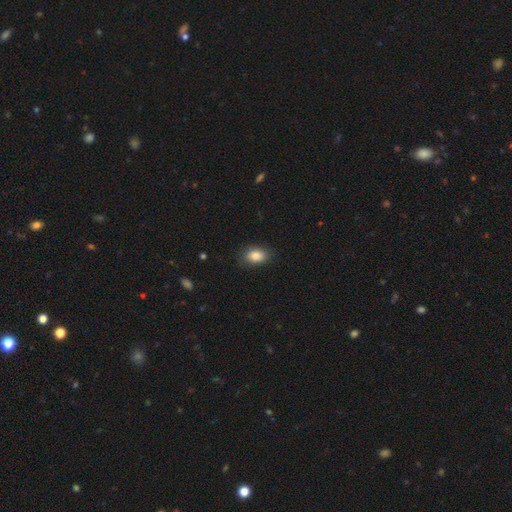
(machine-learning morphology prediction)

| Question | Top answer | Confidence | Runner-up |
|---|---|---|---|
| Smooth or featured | smooth | 86% | star or artifact (8%) |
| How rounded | in between | 83% | round (16%) |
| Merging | none | 80% | minor disturbance (15%) |